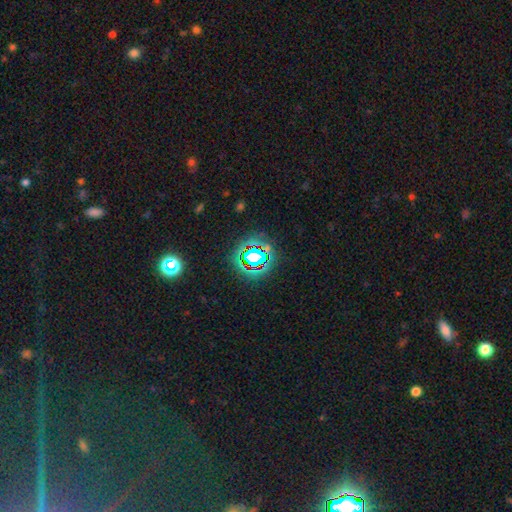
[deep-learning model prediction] The model was most divided on "smooth or featured": star or artifact: 74%, smooth: 17%, featured or disk: 9%.